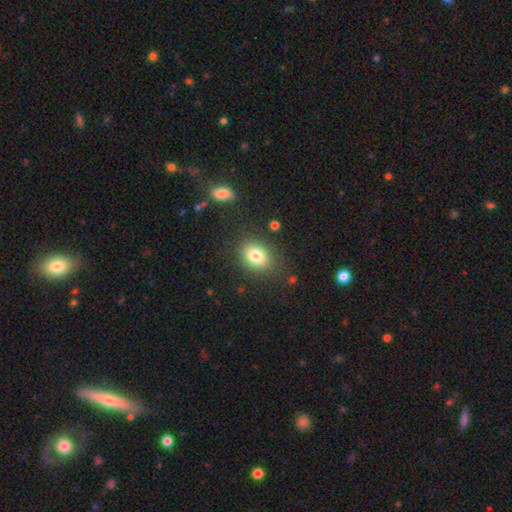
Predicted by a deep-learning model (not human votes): A smooth galaxy with no disk features (80%) that is in between round and cigar-shaped (60%). Merging: none (83%).